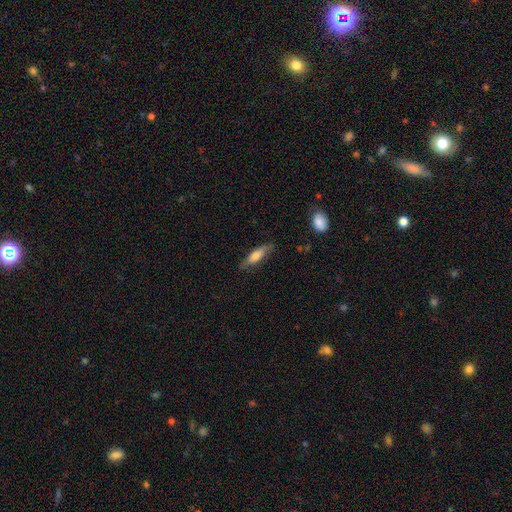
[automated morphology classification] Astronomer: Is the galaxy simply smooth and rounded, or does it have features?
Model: smooth — 63%.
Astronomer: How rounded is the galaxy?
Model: cigar-shaped — 62%.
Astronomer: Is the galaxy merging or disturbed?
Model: none — 78%.